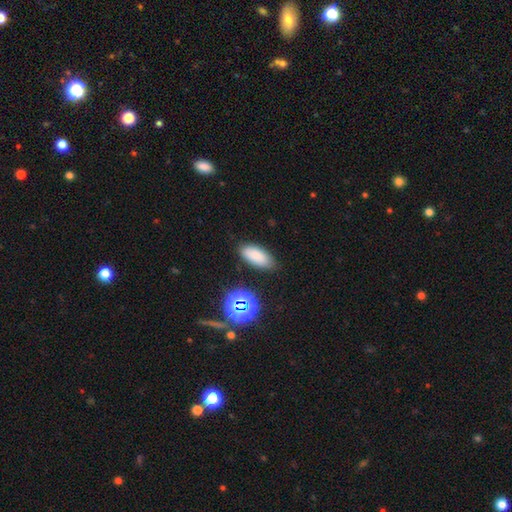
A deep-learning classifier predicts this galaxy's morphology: A smooth galaxy with no disk features (80%) that is in between round and cigar-shaped (86%). Merging: none (83%).